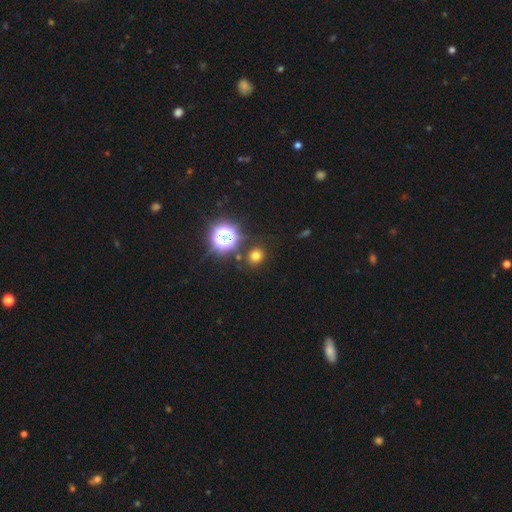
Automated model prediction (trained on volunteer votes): A smooth galaxy with no disk features (68%) that is round (78%).

Vote fractions:
- Smooth or featured? smooth: 68% / star or artifact: 25% / featured or disk: 7%
- How rounded? round: 78% / in between: 21% / cigar-shaped: 1%
- Merging? none: 85% / minor disturbance: 8% / merger: 4% / major disturbance: 3%